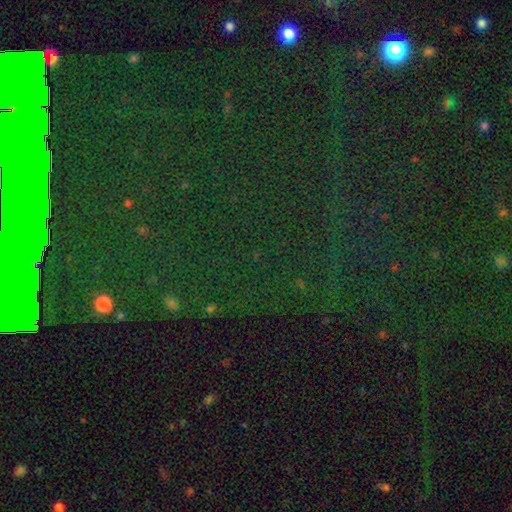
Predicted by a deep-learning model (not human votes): This appears to be a star or artifact, not a galaxy (77%).